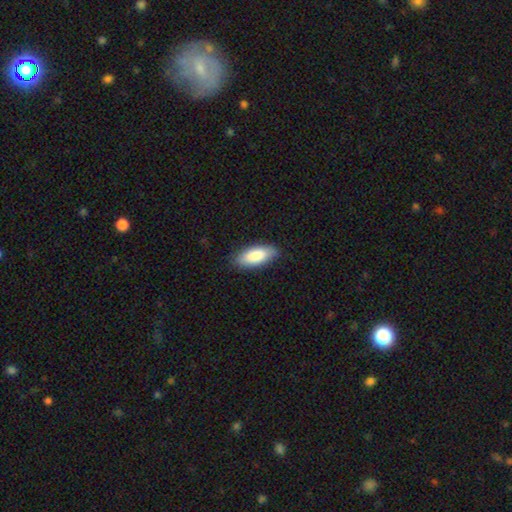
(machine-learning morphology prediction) smooth_or_featured: smooth (p=0.87) [alt: featured or disk p=0.08]
how_rounded: in between (p=0.81) [alt: cigar-shaped p=0.17]
merging: none (p=0.85) [alt: minor disturbance p=0.12]